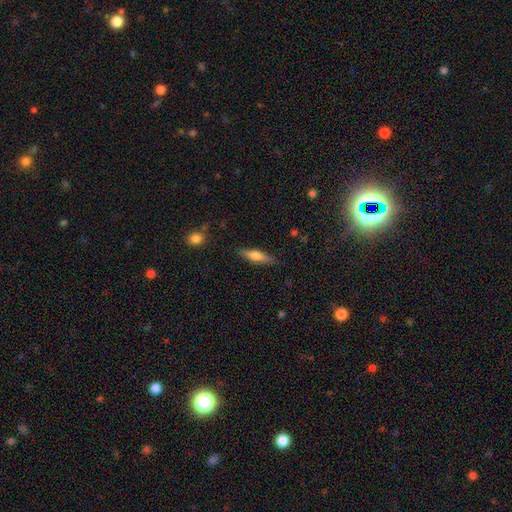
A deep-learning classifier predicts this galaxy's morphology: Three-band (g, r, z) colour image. It shows a smooth galaxy with no disk features (48%). Merging: none (86%).